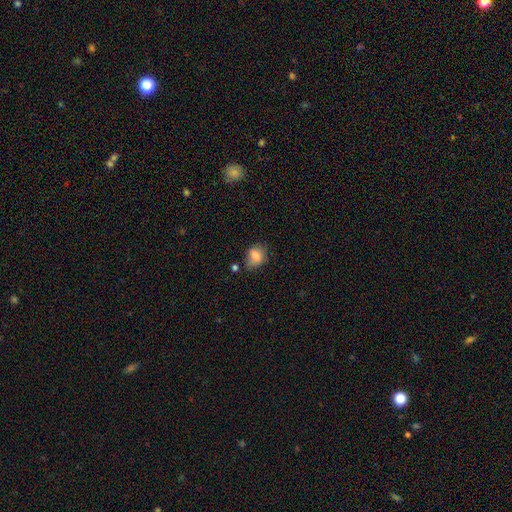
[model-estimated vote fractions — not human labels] Smooth or featured: smooth — 75% (featured or disk — 15%)
How rounded: in between — 63% (round — 35%)
Merging: none — 61% (minor disturbance — 25%)